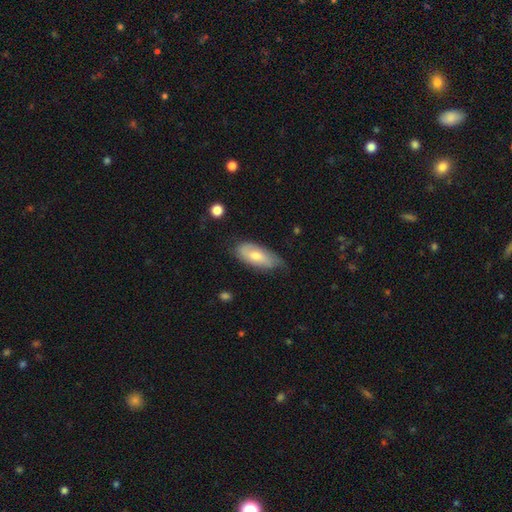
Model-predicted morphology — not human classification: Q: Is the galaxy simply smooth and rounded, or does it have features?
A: smooth — 62%.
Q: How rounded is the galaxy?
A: in between — 84%.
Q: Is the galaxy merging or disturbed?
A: none — 61%.